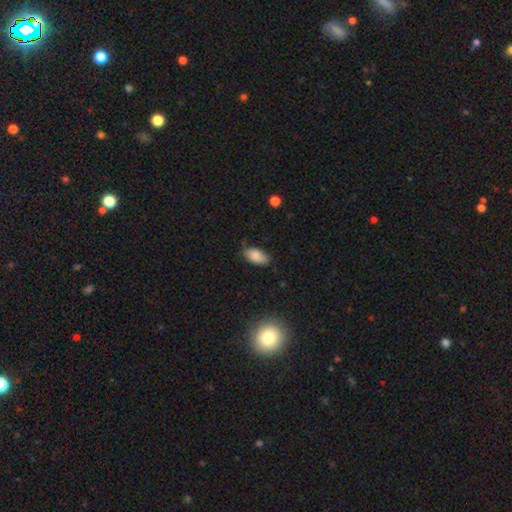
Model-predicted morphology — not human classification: A smooth galaxy with no disk features (82%) that is in between round and cigar-shaped (93%). Merging: none (66%).